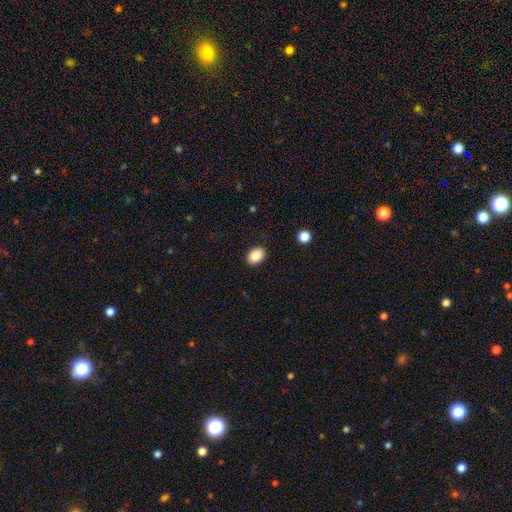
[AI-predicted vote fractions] Smooth or featured? Predicted: smooth (p=0.87). How rounded? Predicted: in between (p=0.75). Merging? Predicted: none (p=0.89).